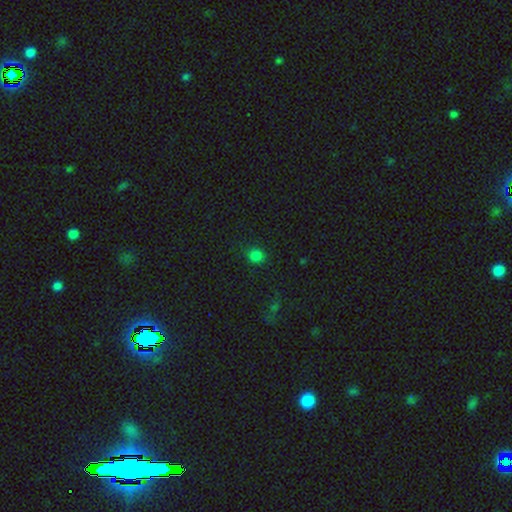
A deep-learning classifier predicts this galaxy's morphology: A smooth galaxy with no disk features (80%) that is round (85%).

Vote fractions:
- Smooth or featured? smooth: 80% / star or artifact: 17% / featured or disk: 3%
- How rounded? round: 85% / in between: 14% / cigar-shaped: 1%
- Merging? none: 87% / minor disturbance: 8% / major disturbance: 3% / merger: 2%